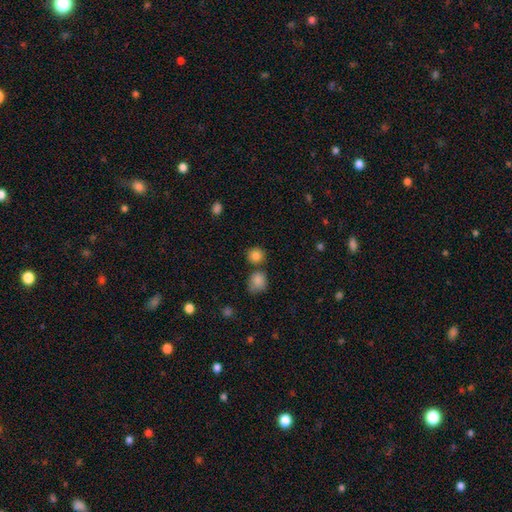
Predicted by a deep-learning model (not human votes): Smooth or featured? Predicted: smooth (p=0.85). How rounded? Predicted: round (p=0.87). Merging? Predicted: none (p=0.70).